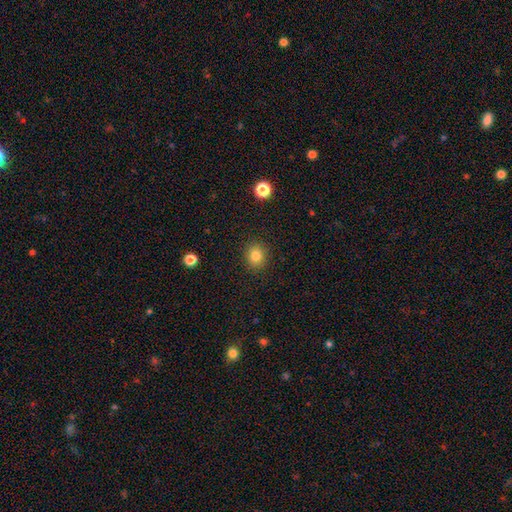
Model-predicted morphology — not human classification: smooth_or_featured: smooth (p=0.82) [alt: star or artifact p=0.12]
how_rounded: round (p=0.78) [alt: in between p=0.21]
merging: none (p=0.89) [alt: minor disturbance p=0.07]